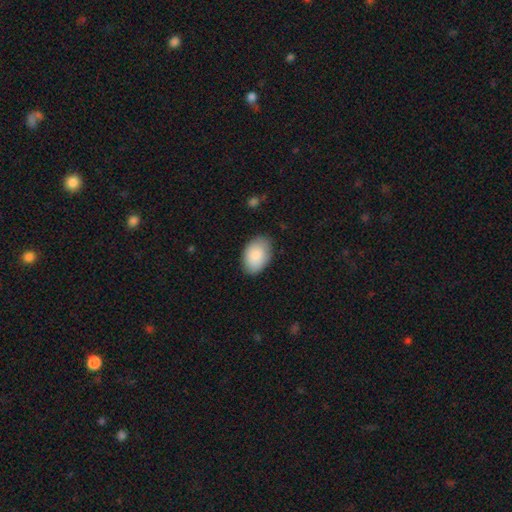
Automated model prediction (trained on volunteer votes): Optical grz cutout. It shows a smooth galaxy with no disk features (87%) that is in between round and cigar-shaped (90%). Merging: none (81%).